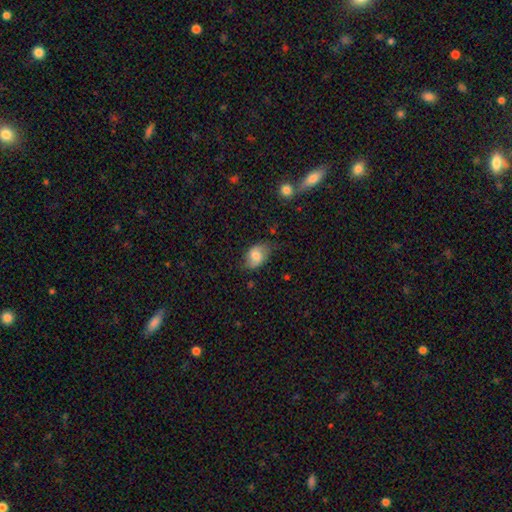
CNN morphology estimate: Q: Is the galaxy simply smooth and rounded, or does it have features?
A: smooth — 67%.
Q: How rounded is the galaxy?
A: in between — 80%.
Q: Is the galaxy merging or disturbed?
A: none — 68%.